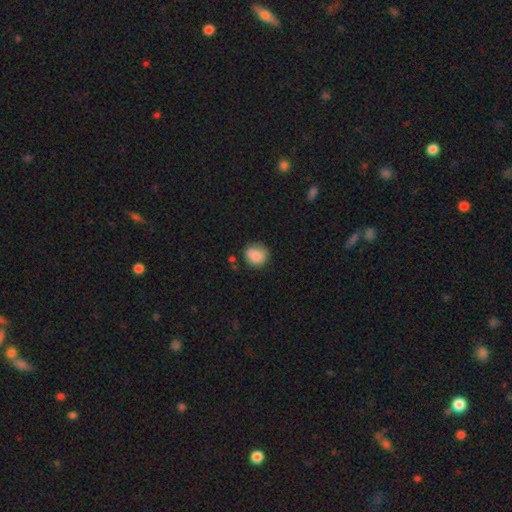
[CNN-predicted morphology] A smooth galaxy with no disk features (83%) that is round (83%).

Vote fractions:
- Smooth or featured? smooth: 83% / star or artifact: 9% / featured or disk: 8%
- How rounded? round: 83% / in between: 16% / cigar-shaped: 1%
- Merging? none: 68% / minor disturbance: 22% / major disturbance: 5% / merger: 4%